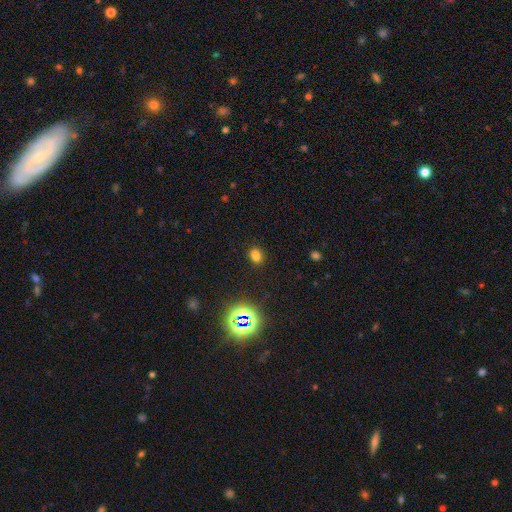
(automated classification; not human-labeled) smooth_or_featured: smooth (p=0.69) [alt: star or artifact p=0.25]
how_rounded: in between (p=0.58) [alt: round p=0.41]
merging: none (p=0.81) [alt: minor disturbance p=0.10]